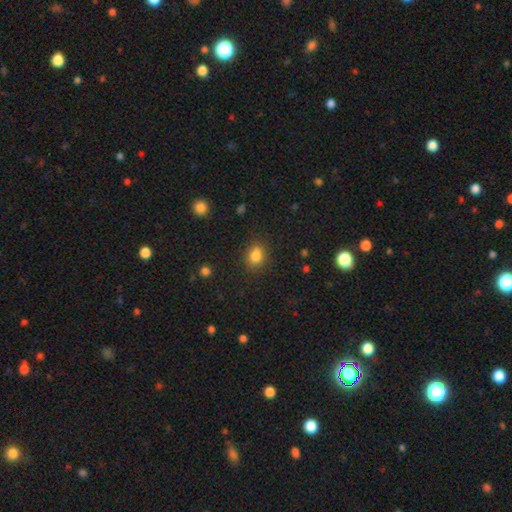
This appears to be a smooth galaxy with no disk features (81%) that is round (60%). Merging: none (62%).